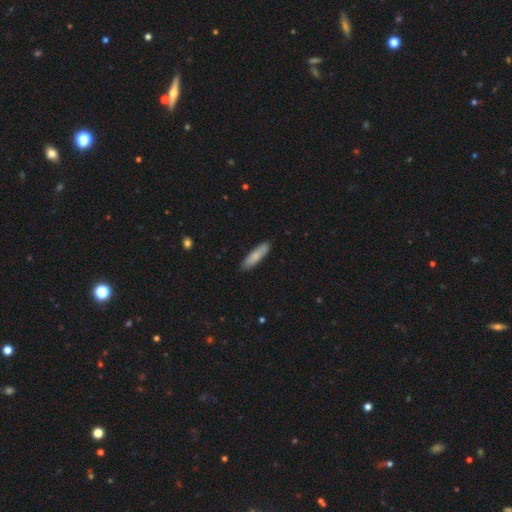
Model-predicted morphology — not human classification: Smooth or featured? smooth (79%)
How rounded? cigar-shaped (72%)
Merging? none (88%)